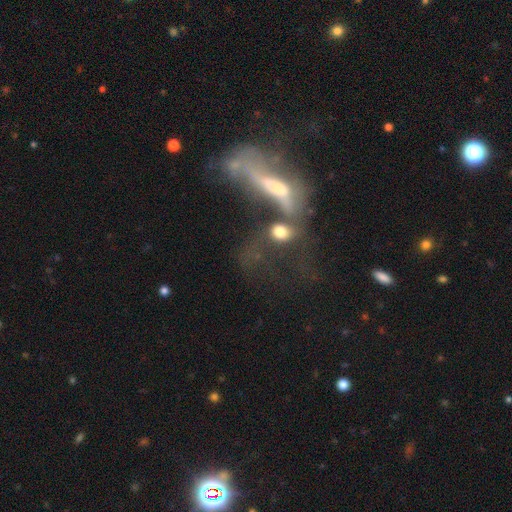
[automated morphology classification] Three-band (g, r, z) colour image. It shows a featured or disk galaxy (52%). Merging: merger (56%).